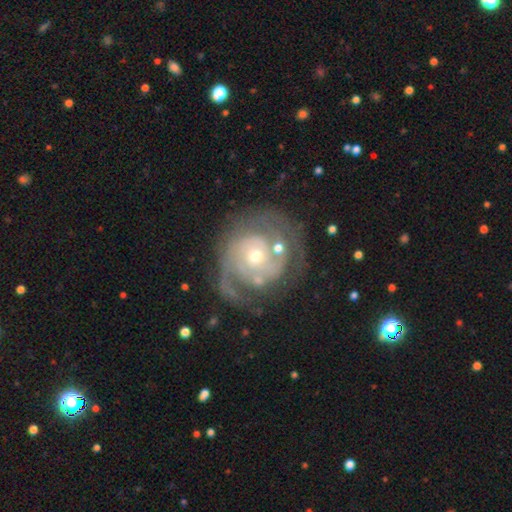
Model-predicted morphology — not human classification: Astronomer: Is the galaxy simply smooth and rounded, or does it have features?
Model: featured or disk — 85%.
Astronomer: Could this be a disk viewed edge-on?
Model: no — 97%.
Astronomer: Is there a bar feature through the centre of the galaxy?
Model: no — 76%.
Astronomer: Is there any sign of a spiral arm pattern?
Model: yes — 92%.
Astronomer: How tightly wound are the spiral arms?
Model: tight — 58%.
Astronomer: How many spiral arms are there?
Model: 2 — 48%.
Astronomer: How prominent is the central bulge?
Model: small — 54% (runner-up: moderate, 41%).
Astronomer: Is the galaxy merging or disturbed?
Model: none — 60%.